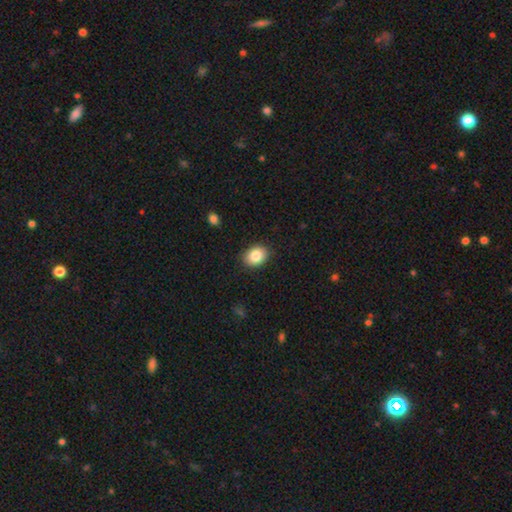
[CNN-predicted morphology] A smooth galaxy with no disk features (85%) that is in between round and cigar-shaped (64%).

Vote fractions:
- Smooth or featured? smooth: 85% / star or artifact: 8% / featured or disk: 7%
- How rounded? in between: 64% / round: 36% / cigar-shaped: 1%
- Merging? none: 89% / minor disturbance: 8% / major disturbance: 2% / merger: 1%